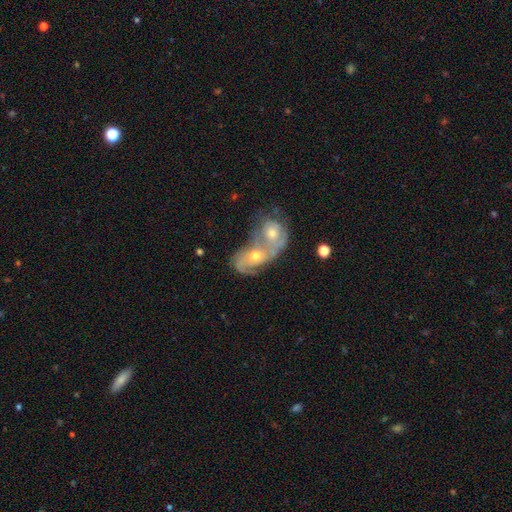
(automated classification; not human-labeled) Smooth or featured?
  - featured or disk: 68% *
  - smooth: 22%
  - star or artifact: 9%
Edge-on disk?
  - no: 95% *
  - yes: 5%
Bar?
  - no: 71% *
  - weak: 24%
  - strong: 6%
Spiral arms?
  - yes: 83% *
  - no: 17%
Spiral winding?
  - tight: 41% *
  - medium: 40%
  - loose: 18%
Spiral arm count?
  - 2: 54% *
  - can't tell: 28%
  - 3: 7%
  - 1: 6%
  - 4: 2%
  - more than 4: 2%
Bulge size?
  - moderate: 56% *
  - small: 39%
  - large: 3%
  - none: 2%
  - dominant: 1%
Merging?
  - merger: 75% *
  - none: 16%
  - minor disturbance: 5%
  - major disturbance: 4%